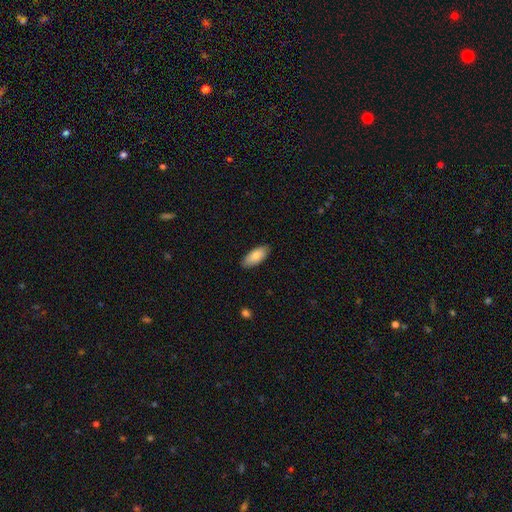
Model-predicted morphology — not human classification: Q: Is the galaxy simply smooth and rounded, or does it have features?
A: smooth — 85%.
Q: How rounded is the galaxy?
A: in between — 88%.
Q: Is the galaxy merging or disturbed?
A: none — 85%.